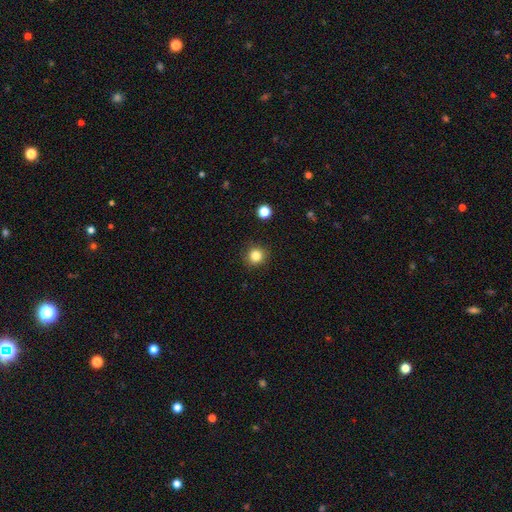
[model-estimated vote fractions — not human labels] smooth_or_featured: smooth (p=0.84) [alt: star or artifact p=0.11]
how_rounded: round (p=0.92) [alt: in between p=0.07]
merging: none (p=0.89) [alt: minor disturbance p=0.07]